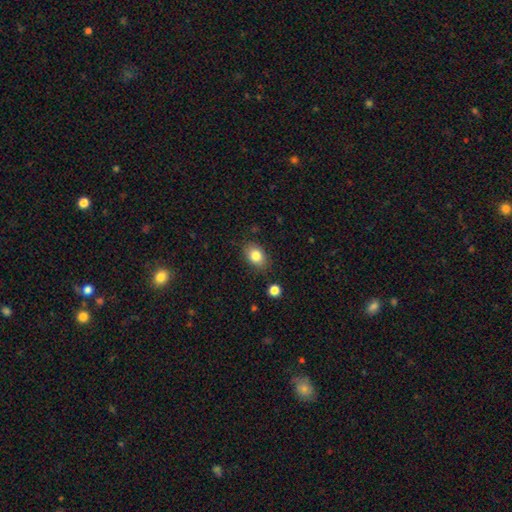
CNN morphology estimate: Smooth or featured? Predicted: smooth (p=0.83). How rounded? Predicted: in between (p=0.74). Merging? Predicted: none (p=0.83).